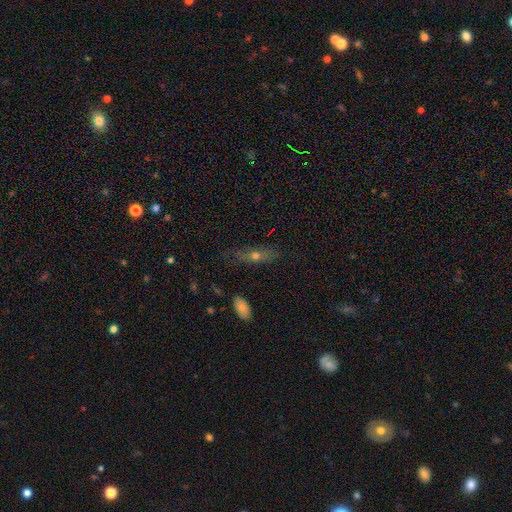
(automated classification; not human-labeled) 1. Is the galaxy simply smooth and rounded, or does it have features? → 46% smooth, 43% featured or disk, 12% star or artifact.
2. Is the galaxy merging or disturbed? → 77% none, 16% minor disturbance, 5% major disturbance, 2% merger.